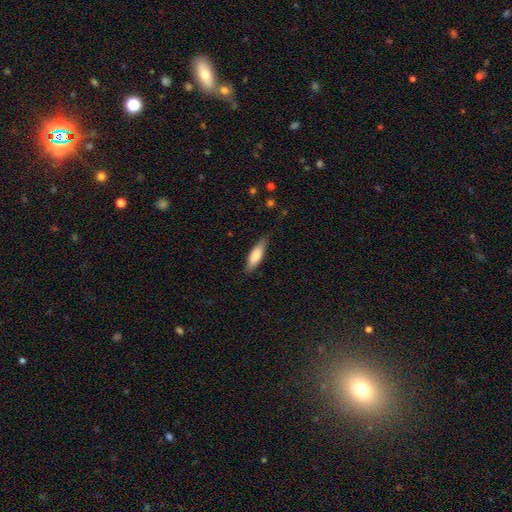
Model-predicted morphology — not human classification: A smooth galaxy with no disk features (79%) that is cigar-shaped (51%). Merging: none (81%).